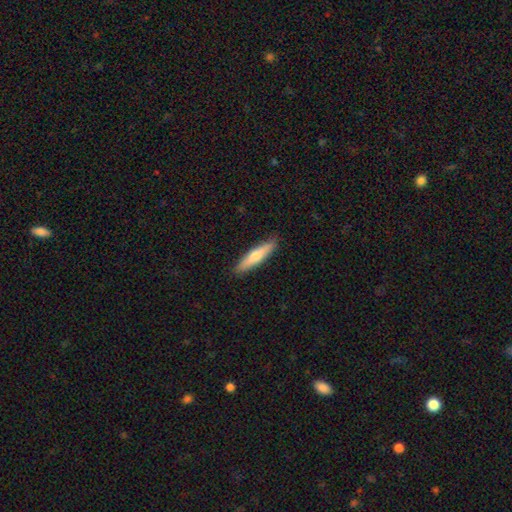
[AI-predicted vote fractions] Overall: smooth (61%; featured or disk 34%). How rounded: cigar-shaped (87%). Merging: none (91%).